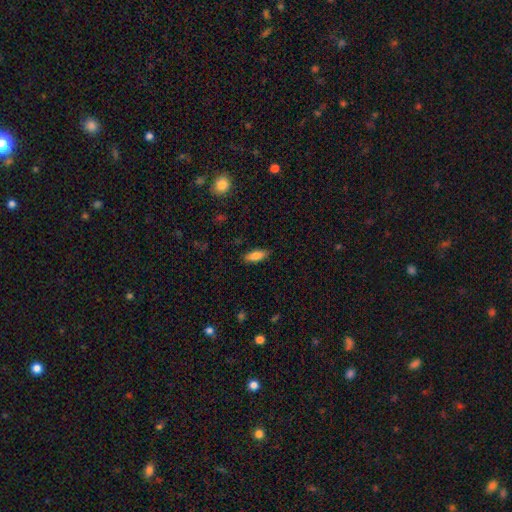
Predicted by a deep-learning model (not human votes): Q: Smooth or featured?
A: smooth (83%); runner-up: featured or disk (10%)
Q: How rounded?
A: in between (71%); runner-up: cigar-shaped (26%)
Q: Merging?
A: none (85%); runner-up: minor disturbance (11%)